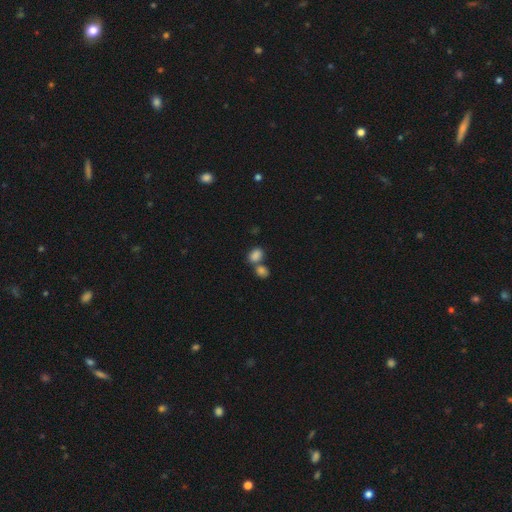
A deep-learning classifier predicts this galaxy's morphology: smooth-or-featured: smooth: 84% | star or artifact: 10% | featured or disk: 6%
  how-rounded: in between: 73% | round: 25% | cigar-shaped: 1%
  merging: merger: 47% | none: 41% | minor disturbance: 9% | major disturbance: 3%